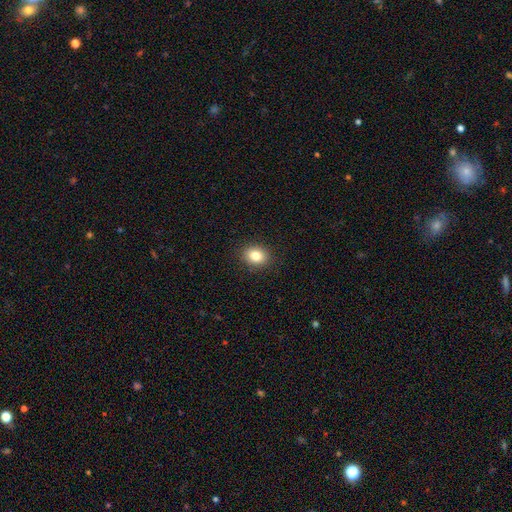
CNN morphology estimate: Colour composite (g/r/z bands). It shows a smooth galaxy with no disk features (83%) that is round (50%). Merging: none (90%).